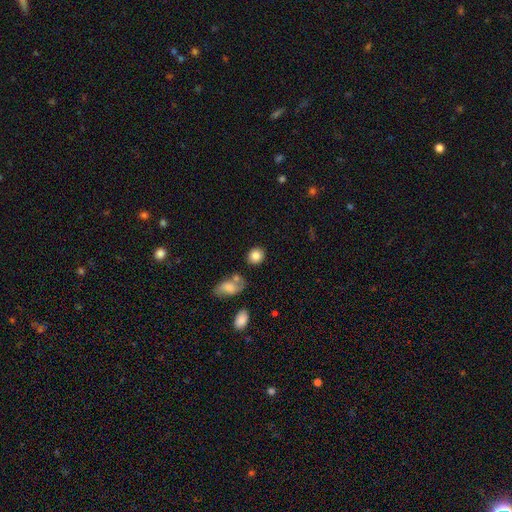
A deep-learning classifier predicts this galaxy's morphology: Smooth or featured? Predicted: smooth (p=0.83). How rounded? Predicted: round (p=0.72). Merging? Predicted: none (p=0.80).